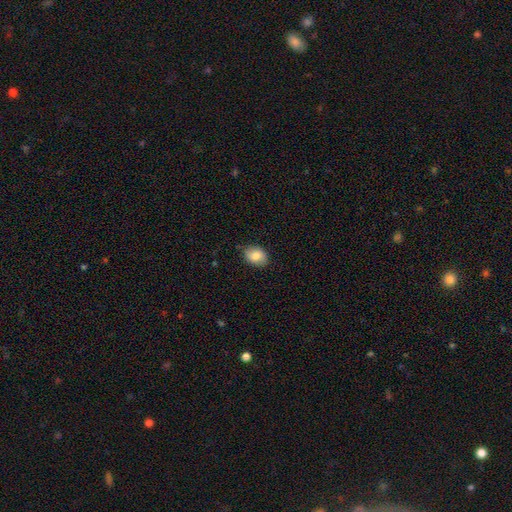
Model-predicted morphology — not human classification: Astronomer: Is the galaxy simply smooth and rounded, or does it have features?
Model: smooth — 83%.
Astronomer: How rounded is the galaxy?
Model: in between — 69%.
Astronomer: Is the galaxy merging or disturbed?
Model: none — 78%.